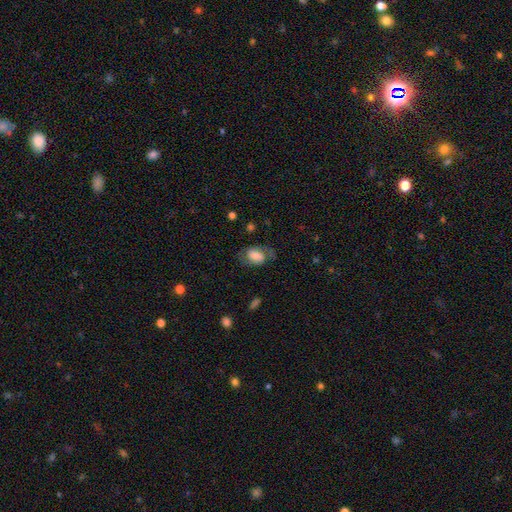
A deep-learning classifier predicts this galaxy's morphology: This appears to be a smooth galaxy with no disk features (55%) that is in between round and cigar-shaped (78%). Merging: none (62%).